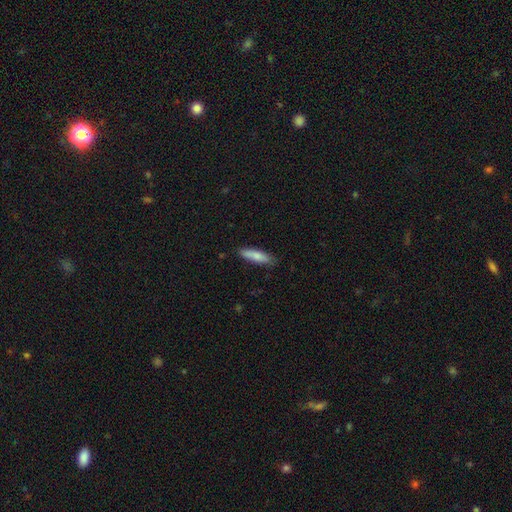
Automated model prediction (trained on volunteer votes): The model was most divided on "how rounded": cigar-shaped: 68%, in between: 31%, round: 2%. More confident: merging — none (81%); smooth or featured — smooth (80%).